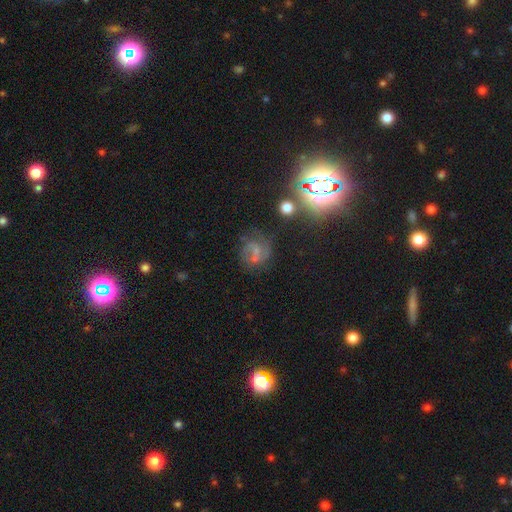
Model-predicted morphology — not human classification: Smooth or featured? featured or disk (48%)
Merging? none (60%)